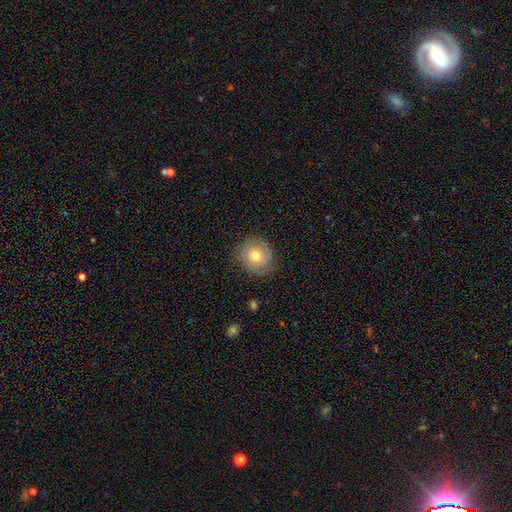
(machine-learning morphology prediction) This appears to be a smooth galaxy with no disk features (51%) that is round (84%). Merging: none (79%).